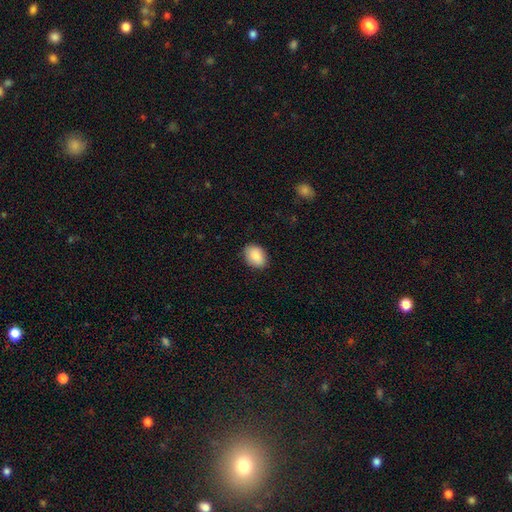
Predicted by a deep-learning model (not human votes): Smooth or featured? smooth (89%)
How rounded? in between (78%)
Merging? none (86%)